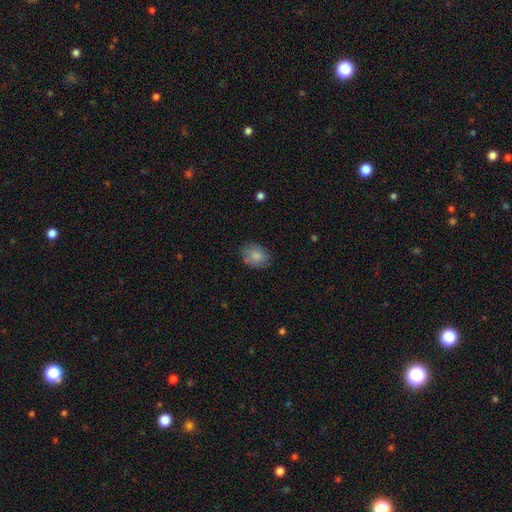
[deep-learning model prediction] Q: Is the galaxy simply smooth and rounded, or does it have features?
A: smooth — 85%.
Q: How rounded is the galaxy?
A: in between — 72%.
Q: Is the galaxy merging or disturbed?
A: none — 77%.